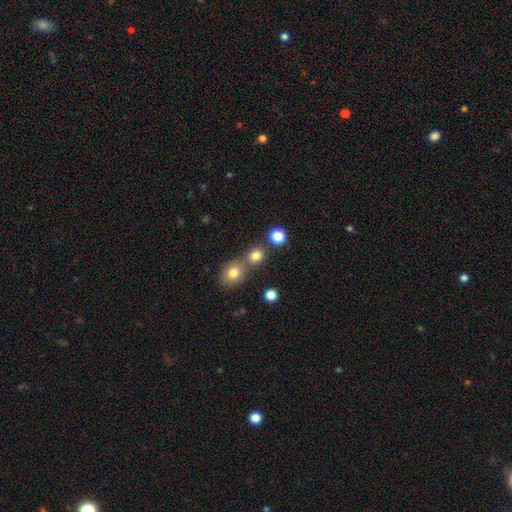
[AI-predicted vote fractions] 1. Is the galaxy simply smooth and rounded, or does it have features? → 80% smooth, 13% star or artifact, 7% featured or disk.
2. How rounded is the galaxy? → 81% round, 18% in between, 1% cigar-shaped.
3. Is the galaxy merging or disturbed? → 54% none, 36% merger, 7% minor disturbance, 3% major disturbance.